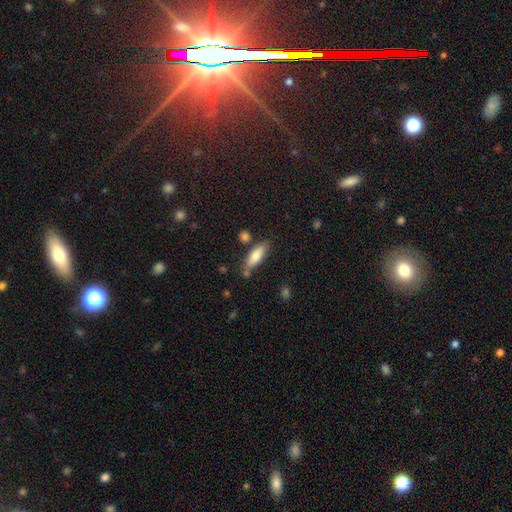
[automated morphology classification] Smooth or featured?
  - smooth: 77% *
  - featured or disk: 16%
  - star or artifact: 6%
How rounded?
  - in between: 58% *
  - cigar-shaped: 39%
  - round: 2%
Merging?
  - none: 68% *
  - minor disturbance: 18%
  - merger: 9%
  - major disturbance: 4%